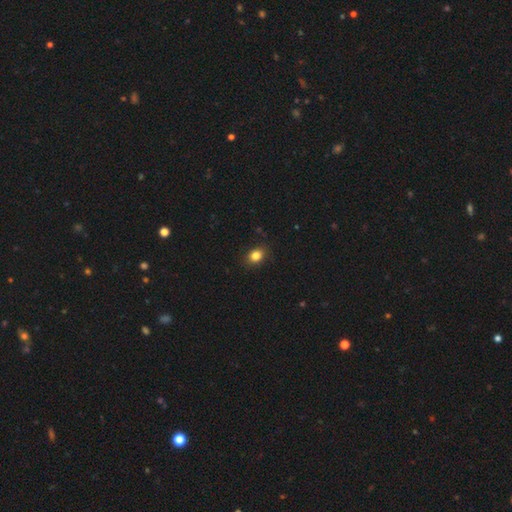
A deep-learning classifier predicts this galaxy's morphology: The model was most divided on "how rounded": in between: 56%, round: 43%, cigar-shaped: 1%. More confident: merging — none (87%); smooth or featured — smooth (84%).